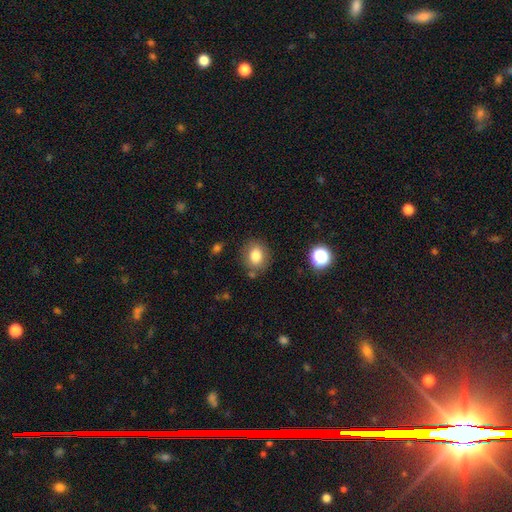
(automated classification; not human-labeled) smooth-or-featured: smooth: 81% | star or artifact: 10% | featured or disk: 8%
  how-rounded: round: 63% | in between: 36% | cigar-shaped: 1%
  merging: none: 80% | minor disturbance: 13% | merger: 4% | major disturbance: 4%